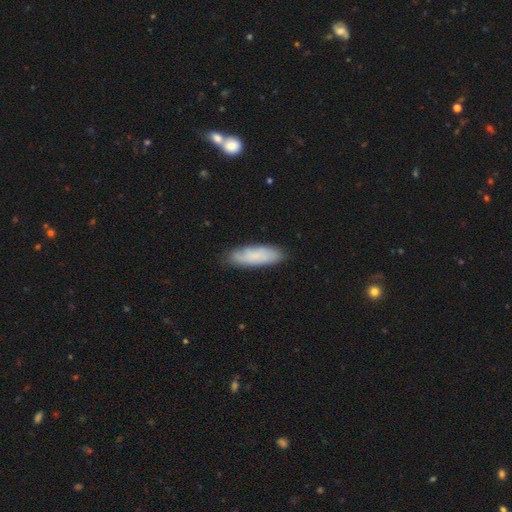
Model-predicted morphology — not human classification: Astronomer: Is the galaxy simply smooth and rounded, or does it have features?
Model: smooth — 70%.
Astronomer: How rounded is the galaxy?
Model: in between — 52% (runner-up: cigar-shaped, 46%).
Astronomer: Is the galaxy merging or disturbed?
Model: none — 81%.